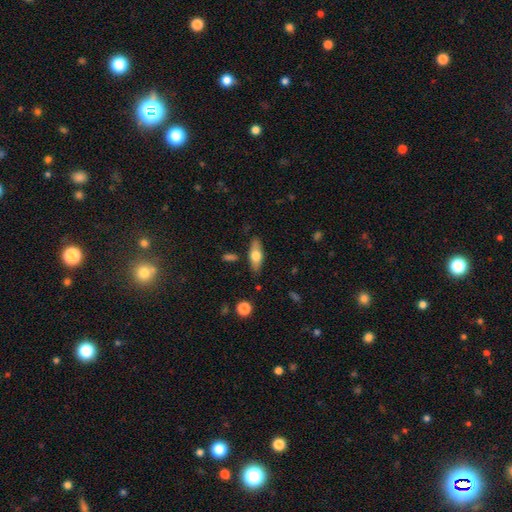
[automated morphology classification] The model was most divided on "smooth or featured": smooth: 59%, featured or disk: 34%, star or artifact: 6%. More confident: merging — none (80%); how rounded — in between (68%).